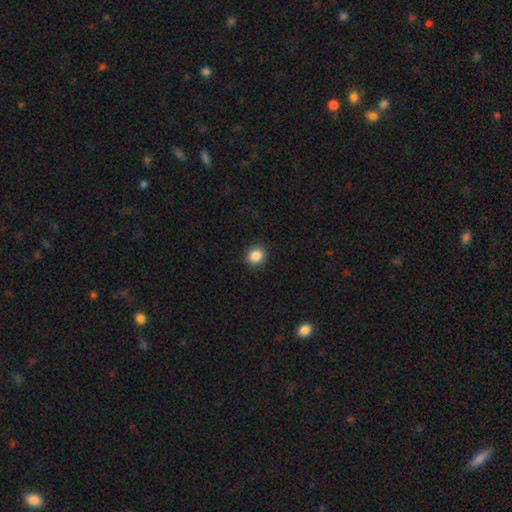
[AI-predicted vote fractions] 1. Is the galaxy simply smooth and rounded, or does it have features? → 87% smooth, 10% star or artifact, 3% featured or disk.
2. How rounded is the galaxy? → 80% round, 19% in between, 1% cigar-shaped.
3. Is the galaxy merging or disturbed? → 91% none, 6% minor disturbance, 2% major disturbance, 1% merger.